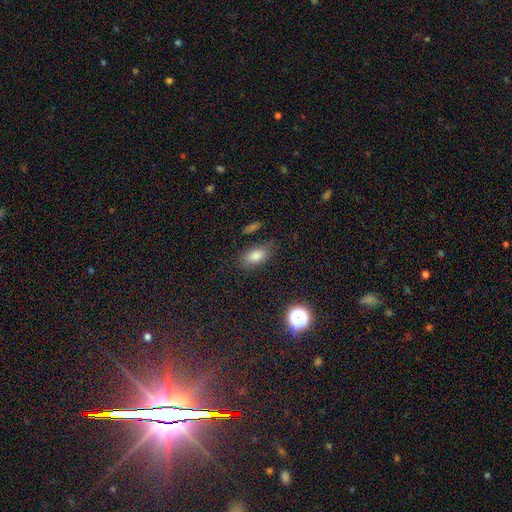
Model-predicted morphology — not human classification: A smooth galaxy with no disk features (80%) that is in between round and cigar-shaped (87%).

Vote fractions:
- Smooth or featured? smooth: 80% / star or artifact: 12% / featured or disk: 8%
- How rounded? in between: 87% / round: 9% / cigar-shaped: 4%
- Merging? none: 77% / minor disturbance: 16% / major disturbance: 5% / merger: 3%